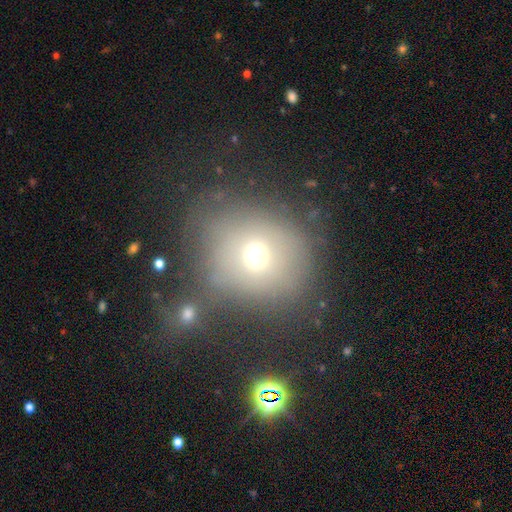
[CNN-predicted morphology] Smooth or featured?
  - smooth: 65% *
  - featured or disk: 17%
  - star or artifact: 17%
How rounded?
  - round: 73% *
  - in between: 25%
  - cigar-shaped: 1%
Merging?
  - none: 58% *
  - minor disturbance: 18%
  - major disturbance: 13%
  - merger: 12%